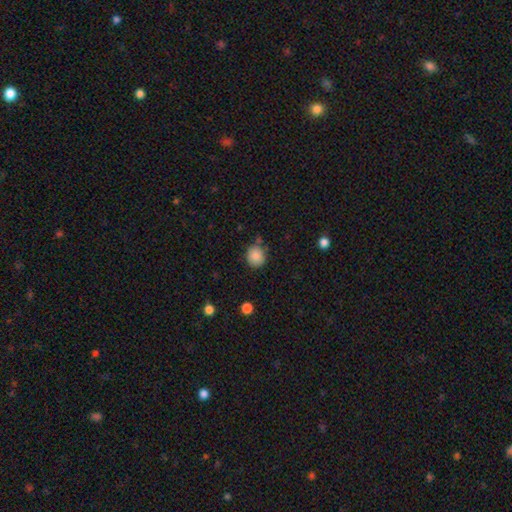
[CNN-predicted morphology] Overall: smooth (86%). How rounded: round (87%). Merging: none (79%).